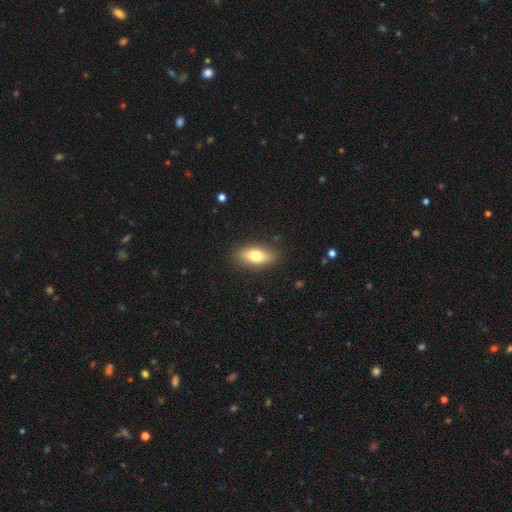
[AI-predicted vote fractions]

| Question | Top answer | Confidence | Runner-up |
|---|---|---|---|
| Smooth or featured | smooth | 72% | featured or disk (21%) |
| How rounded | in between | 81% | cigar-shaped (13%) |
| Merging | none | 87% | minor disturbance (9%) |